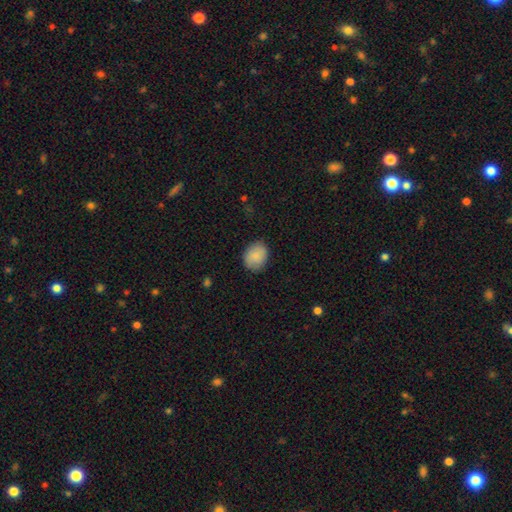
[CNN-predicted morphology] This appears to be a smooth galaxy with no disk features (87%) that is in between round and cigar-shaped (54%). Merging: none (84%).